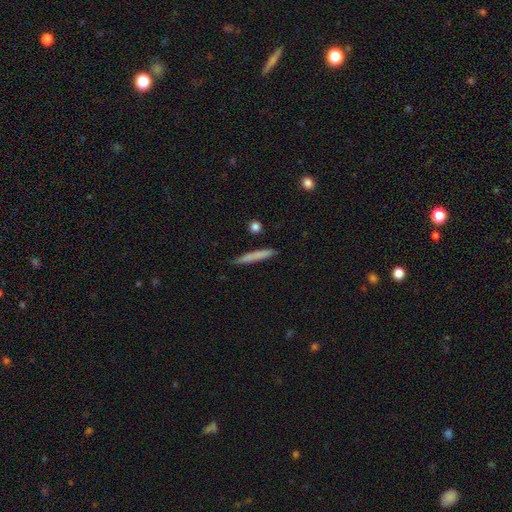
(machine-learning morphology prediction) Overall: smooth (72%). How rounded: cigar-shaped (95%). Merging: none (86%).